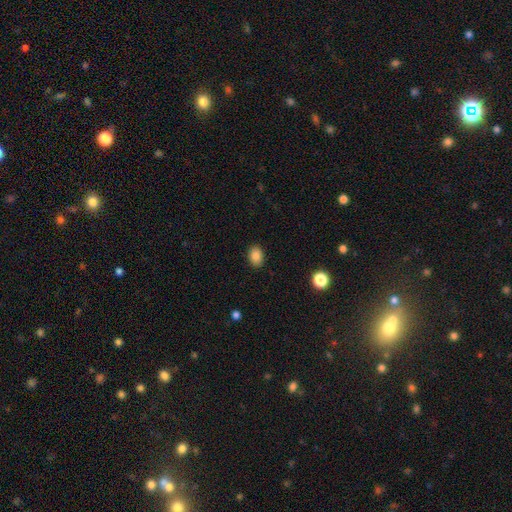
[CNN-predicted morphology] smooth_or_featured: smooth (p=0.86) [alt: star or artifact p=0.09]
how_rounded: in between (p=0.73) [alt: round p=0.26]
merging: none (p=0.89) [alt: minor disturbance p=0.08]